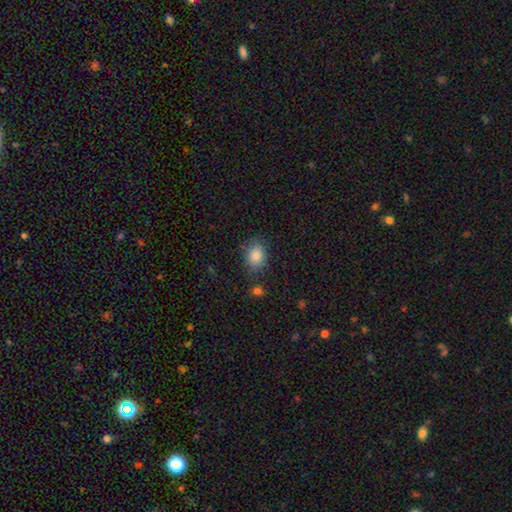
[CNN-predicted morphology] A smooth galaxy with no disk features (85%) that is in between round and cigar-shaped (57%). Merging: none (78%).